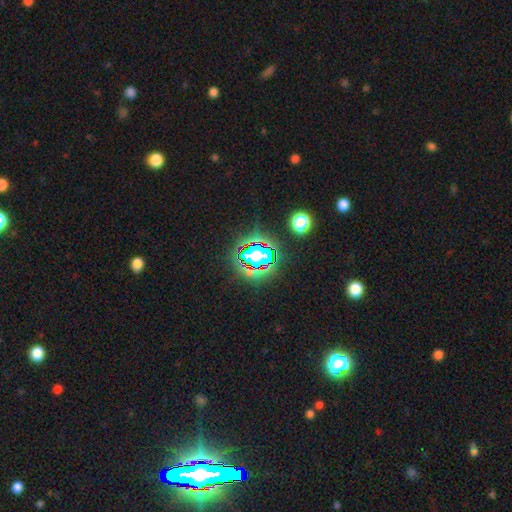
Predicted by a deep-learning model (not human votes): A star or artifact, not a galaxy (65%).